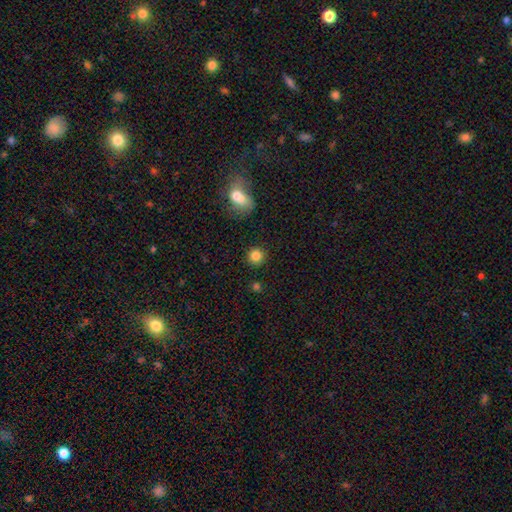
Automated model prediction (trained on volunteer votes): This appears to be a smooth galaxy with no disk features (85%) that is round (92%). Merging: none (87%).